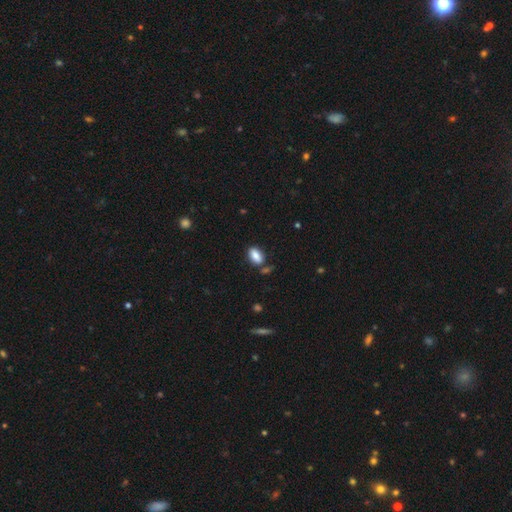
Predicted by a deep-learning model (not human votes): smooth_or_featured: smooth (p=0.85) [alt: star or artifact p=0.08]
how_rounded: in between (p=0.90) [alt: round p=0.06]
merging: none (p=0.72) [alt: minor disturbance p=0.15]